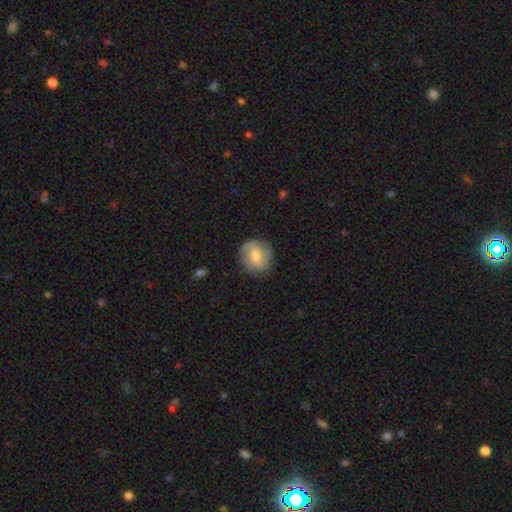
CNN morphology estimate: Smooth or featured? featured or disk (65%)
Edge-on disk? no (97%)
Bar? weak (48%)
Spiral arms? yes (89%)
Spiral winding? medium (45%)
Spiral arm count? 2 (85%)
Bulge size? moderate (63%)
Merging? none (83%)